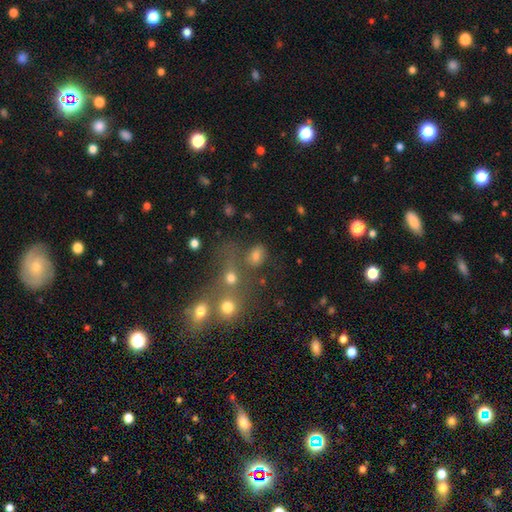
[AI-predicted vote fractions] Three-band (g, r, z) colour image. It shows a smooth galaxy with no disk features (70%) that is in between round and cigar-shaped (65%). Merging: none (52%).